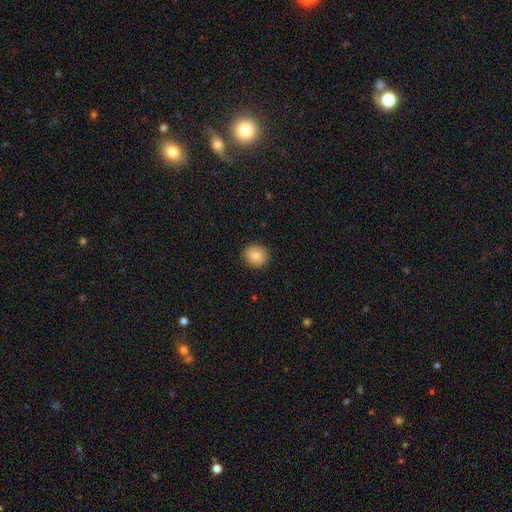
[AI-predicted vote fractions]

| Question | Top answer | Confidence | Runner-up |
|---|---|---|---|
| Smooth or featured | smooth | 83% | star or artifact (9%) |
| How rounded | round | 85% | in between (14%) |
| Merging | none | 91% | minor disturbance (6%) |